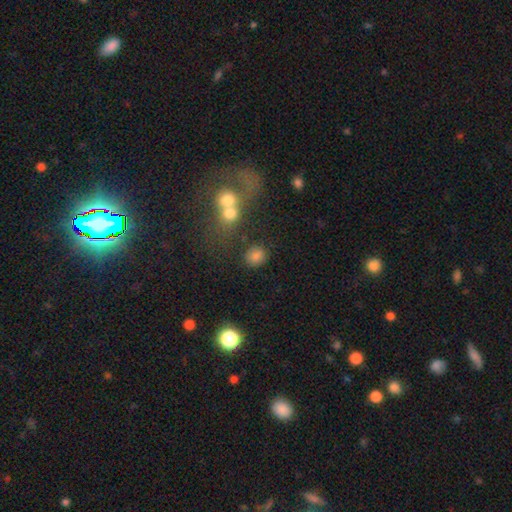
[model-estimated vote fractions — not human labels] This is likely a smooth galaxy (77%). How rounded: likely round (75%). Merging: likely none (70%).